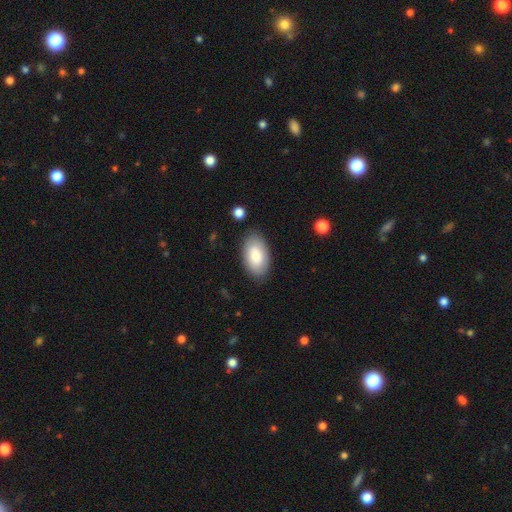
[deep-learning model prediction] Overall: smooth (83%). How rounded: in between (95%). Merging: none (84%).